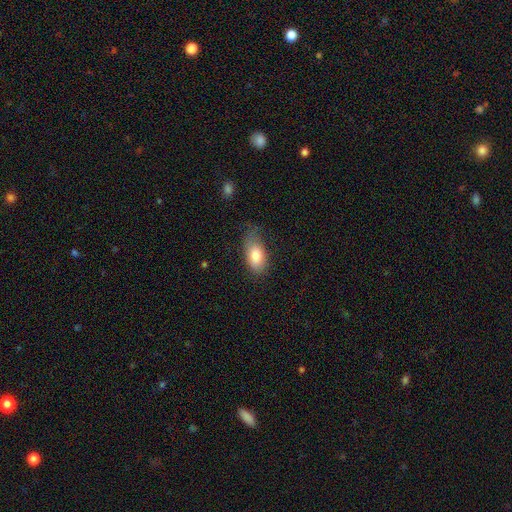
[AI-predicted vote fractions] This appears to be a smooth galaxy with no disk features (80%) that is in between round and cigar-shaped (92%). Merging: none (55%).